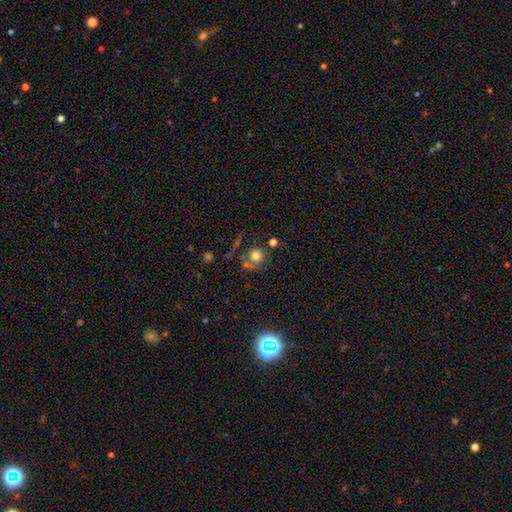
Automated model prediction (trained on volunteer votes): Morphology: type=smooth (72%); roundness=round (89%); merging=none (58%).